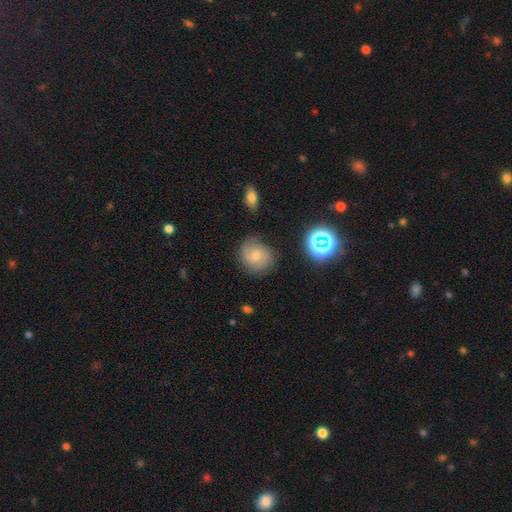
Q: Smooth or featured?
A: featured or disk (55%); runner-up: smooth (42%)
Q: Edge-on disk?
A: no (100%)
Q: Bar?
A: no (76%); runner-up: weak (24%)
Q: Spiral arms?
A: yes (76%); runner-up: no (24%)
Q: Spiral winding?
A: tight (44%); runner-up: medium (31%)
Q: Spiral arm count?
A: 2 (62%); runner-up: can't tell (19%)
Q: Bulge size?
A: moderate (52%); runner-up: small (48%)
Q: Merging?
A: none (62%); runner-up: minor disturbance (24%)